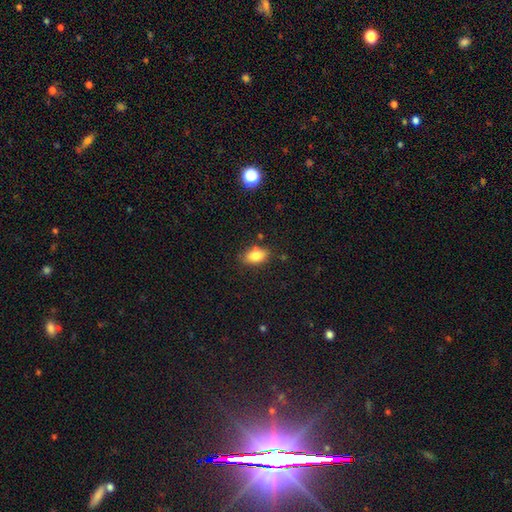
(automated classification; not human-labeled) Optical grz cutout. It shows a smooth galaxy with no disk features (82%) that is in between round and cigar-shaped (87%). Merging: none (78%).